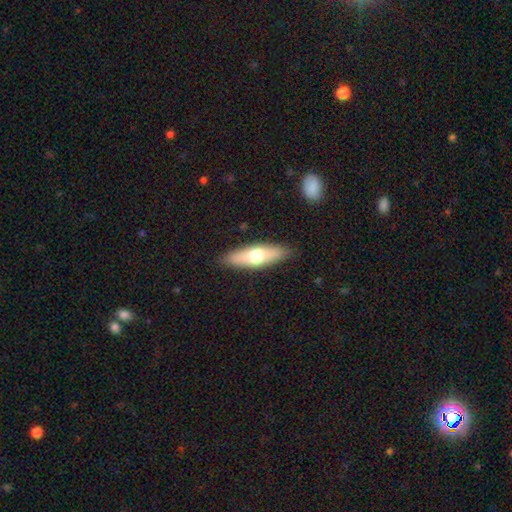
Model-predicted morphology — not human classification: Smooth or featured? Predicted: smooth (p=0.60). How rounded? Predicted: cigar-shaped (p=0.51). Merging? Predicted: none (p=0.87).